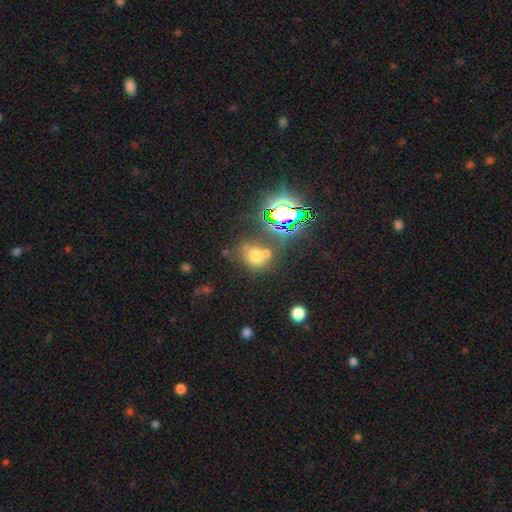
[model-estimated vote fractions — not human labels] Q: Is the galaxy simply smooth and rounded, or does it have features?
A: smooth — 59%.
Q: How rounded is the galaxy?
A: round — 64%.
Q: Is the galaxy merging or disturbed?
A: none — 49%.